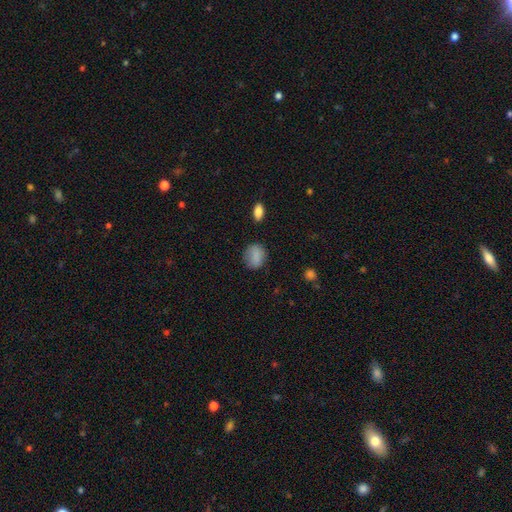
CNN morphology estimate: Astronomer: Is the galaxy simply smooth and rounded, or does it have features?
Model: smooth — 85%.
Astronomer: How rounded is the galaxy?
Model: round — 52% (runner-up: in between, 46%).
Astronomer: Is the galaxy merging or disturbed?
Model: none — 78%.